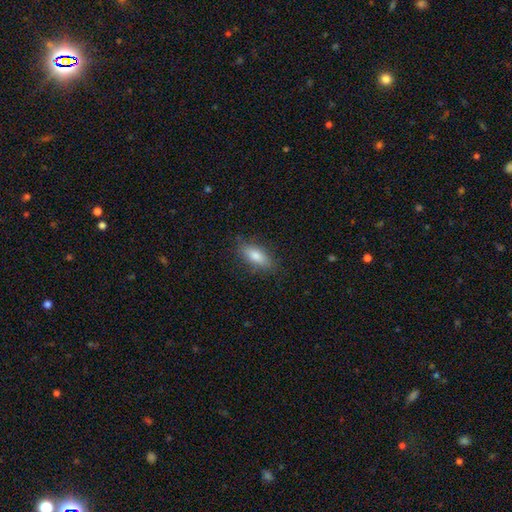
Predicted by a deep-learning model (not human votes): The model was most divided on "how rounded": in between: 71%, cigar-shaped: 26%, round: 3%. More confident: merging — none (82%); smooth or featured — smooth (77%).